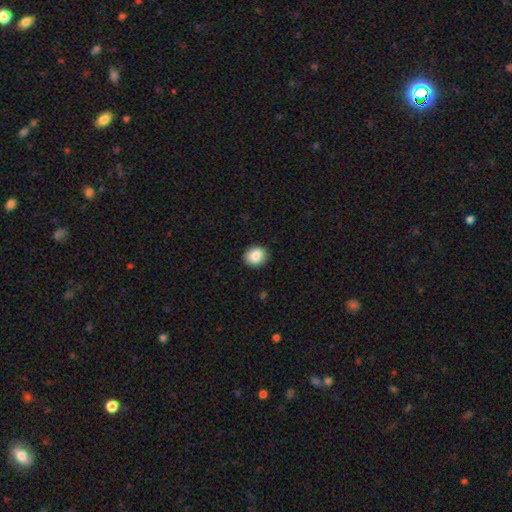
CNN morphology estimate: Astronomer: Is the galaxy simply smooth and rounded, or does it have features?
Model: smooth — 86%.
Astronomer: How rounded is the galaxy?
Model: round — 70%.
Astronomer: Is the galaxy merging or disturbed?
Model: none — 90%.